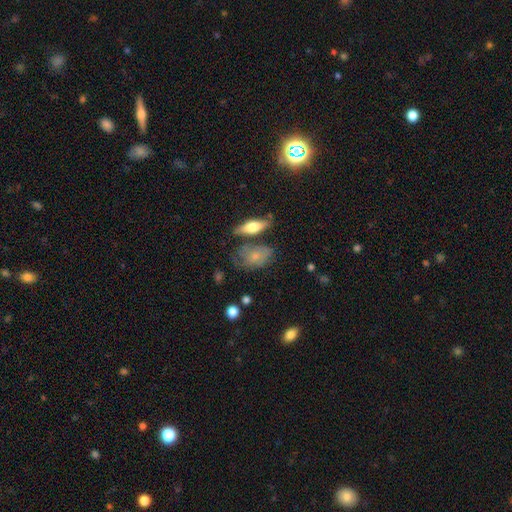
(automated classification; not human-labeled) smooth 53%, featured or disk 37%, star or artifact 10%. Down the decision tree: how rounded — in between (78%); merging — none (50%).